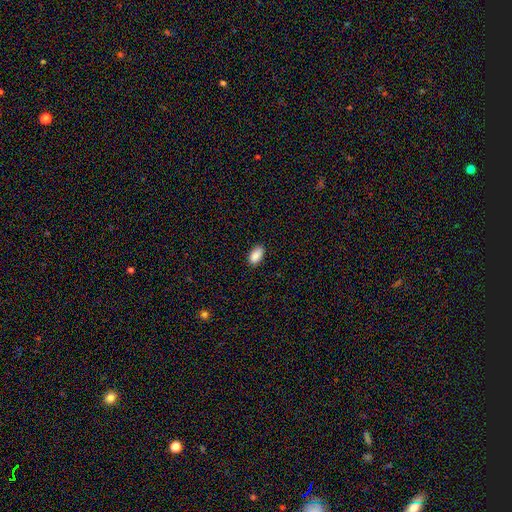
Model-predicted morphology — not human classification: A smooth galaxy with no disk features (89%) that is in between round and cigar-shaped (93%).

Vote fractions:
- Smooth or featured? smooth: 89% / star or artifact: 7% / featured or disk: 4%
- How rounded? in between: 93% / cigar-shaped: 4% / round: 4%
- Merging? none: 87% / minor disturbance: 10% / major disturbance: 2% / merger: 1%